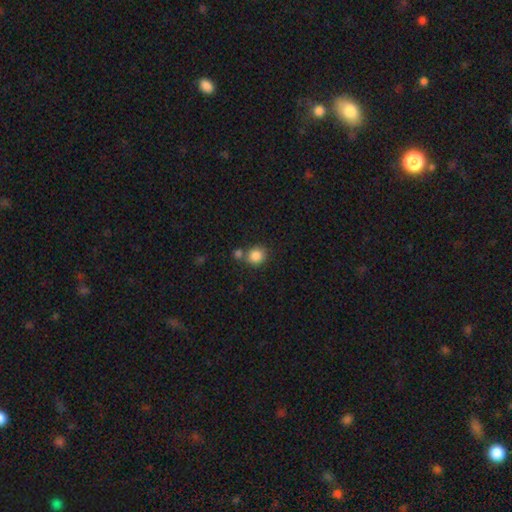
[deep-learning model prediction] Smooth or featured?
  - smooth: 86% *
  - star or artifact: 9%
  - featured or disk: 5%
How rounded?
  - round: 84% *
  - in between: 15%
  - cigar-shaped: 1%
Merging?
  - none: 63% *
  - merger: 23%
  - minor disturbance: 10%
  - major disturbance: 3%